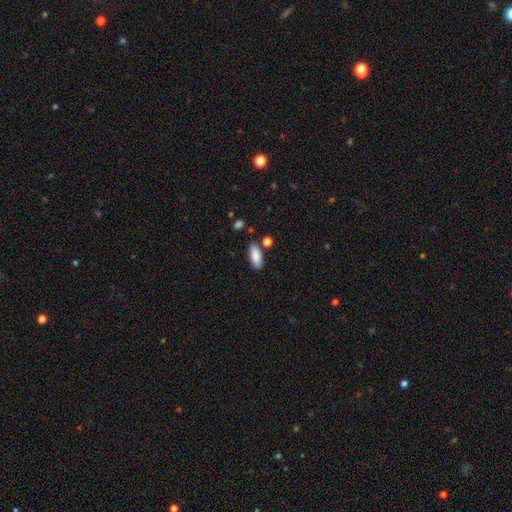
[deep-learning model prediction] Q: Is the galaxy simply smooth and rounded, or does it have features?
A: smooth — 87%.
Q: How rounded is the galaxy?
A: in between — 86%.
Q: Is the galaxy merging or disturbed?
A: none — 80%.